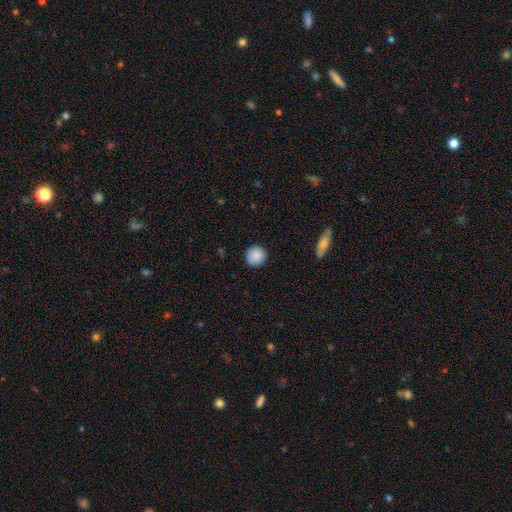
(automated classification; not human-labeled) Smooth or featured? Predicted: smooth (p=0.88). How rounded? Predicted: round (p=0.94). Merging? Predicted: none (p=0.90).